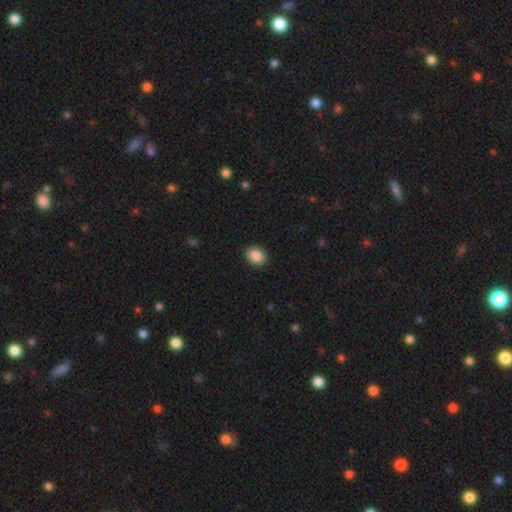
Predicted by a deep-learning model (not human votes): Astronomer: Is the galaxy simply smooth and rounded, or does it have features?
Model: smooth — 89%.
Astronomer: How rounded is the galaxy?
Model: in between — 69%.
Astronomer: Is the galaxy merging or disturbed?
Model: none — 89%.